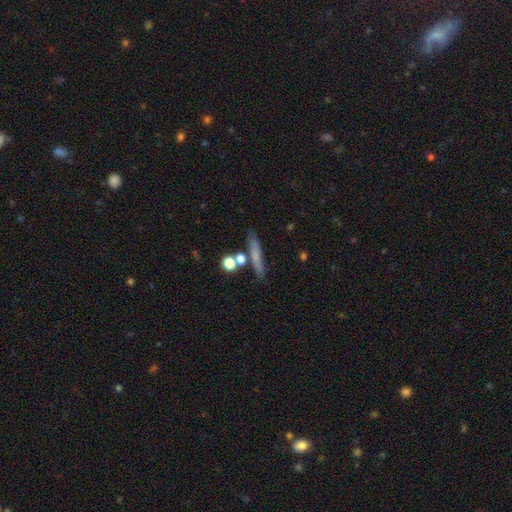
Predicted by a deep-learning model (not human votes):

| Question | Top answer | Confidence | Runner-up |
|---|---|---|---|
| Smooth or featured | smooth | 63% | featured or disk (26%) |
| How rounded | cigar-shaped | 81% | in between (10%) |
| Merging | none | 74% | minor disturbance (12%) |